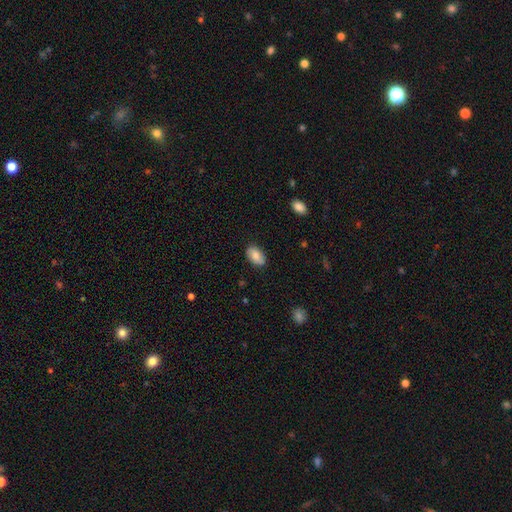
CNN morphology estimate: The model was most divided on "smooth or featured": smooth: 79%, featured or disk: 15%, star or artifact: 7%. More confident: how rounded — in between (93%); merging — none (82%).